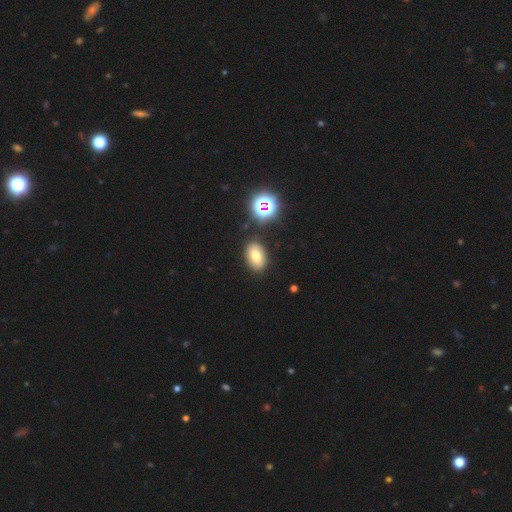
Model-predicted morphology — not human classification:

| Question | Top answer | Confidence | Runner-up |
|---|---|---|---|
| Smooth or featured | smooth | 71% | star or artifact (15%) |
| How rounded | in between | 86% | round (12%) |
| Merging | none | 85% | minor disturbance (9%) |